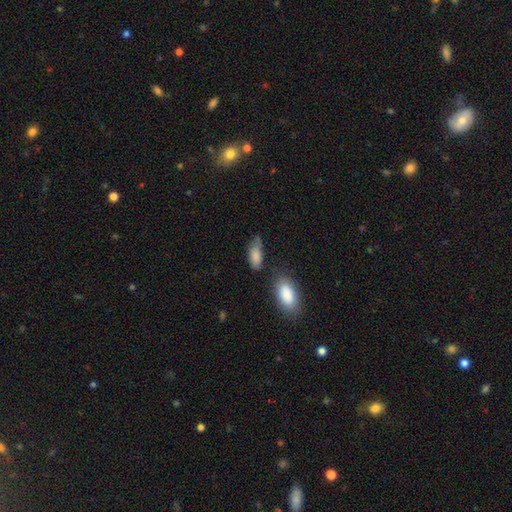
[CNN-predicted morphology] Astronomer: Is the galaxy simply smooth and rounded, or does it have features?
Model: smooth — 83%.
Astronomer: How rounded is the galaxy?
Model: in between — 87%.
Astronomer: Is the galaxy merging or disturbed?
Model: none — 51% (runner-up: minor disturbance, 29%).